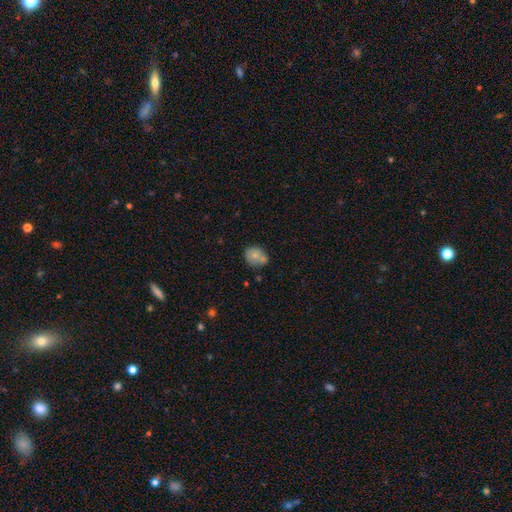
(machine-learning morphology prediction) A smooth galaxy with no disk features (71%) that is round (57%). Merging: none (52%).